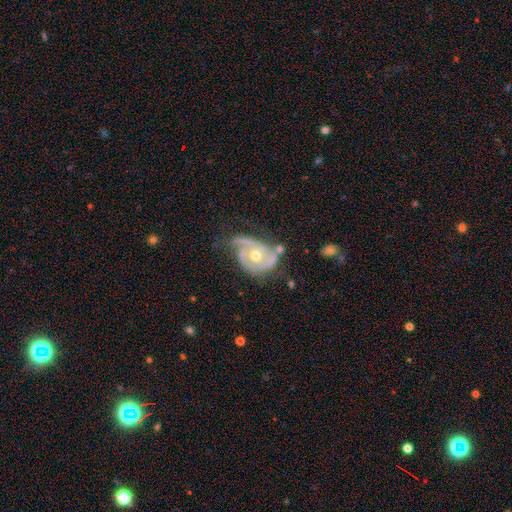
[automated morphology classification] A featured or disk galaxy (87%) with no bar (78%), 2 (41%) tight (52%) spiral arms (94%) and a moderate central bulge (69%). Merging: none (44%).